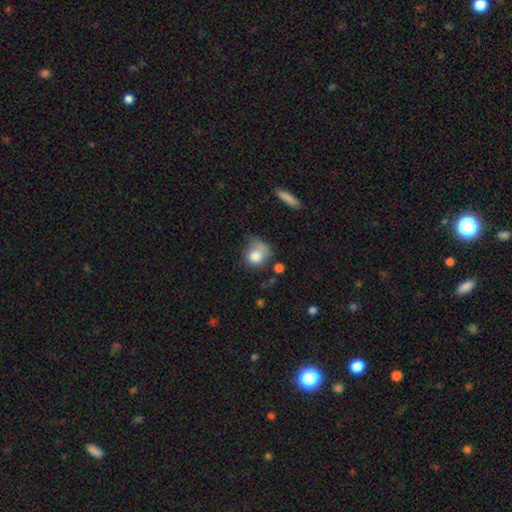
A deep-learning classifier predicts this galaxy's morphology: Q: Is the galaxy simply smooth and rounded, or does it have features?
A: smooth — 78%.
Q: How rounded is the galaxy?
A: round — 70%.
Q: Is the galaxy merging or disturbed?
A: none — 33%.